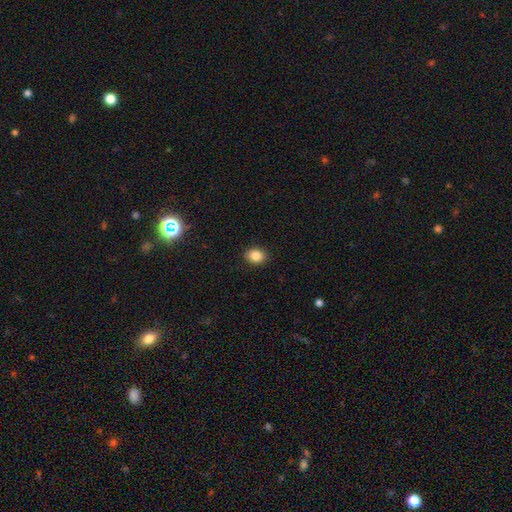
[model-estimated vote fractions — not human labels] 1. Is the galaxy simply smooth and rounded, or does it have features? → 85% smooth, 10% star or artifact, 5% featured or disk.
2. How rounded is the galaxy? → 50% in between, 49% round, 1% cigar-shaped.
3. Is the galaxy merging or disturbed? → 91% none, 7% minor disturbance, 2% major disturbance, 1% merger.